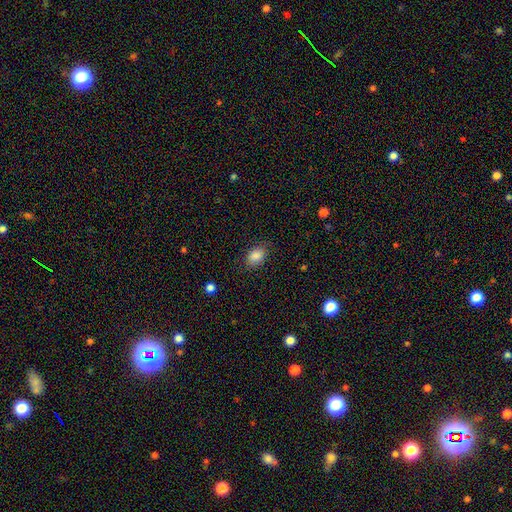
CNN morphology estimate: This appears to be a smooth galaxy with no disk features (87%) that is in between round and cigar-shaped (80%). Merging: none (80%).